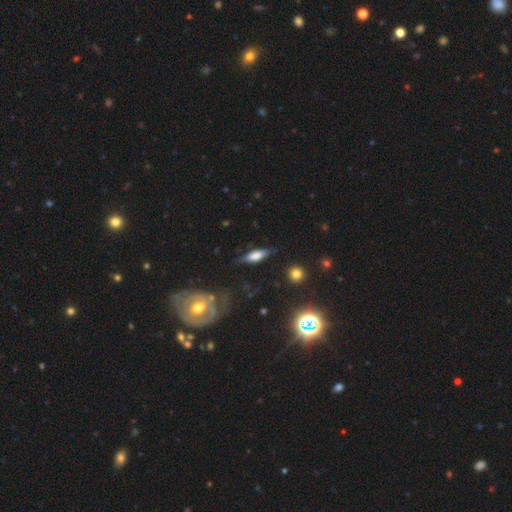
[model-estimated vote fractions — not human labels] Morphology: type=smooth (51%); roundness=in between (51%); merging=none (72%).